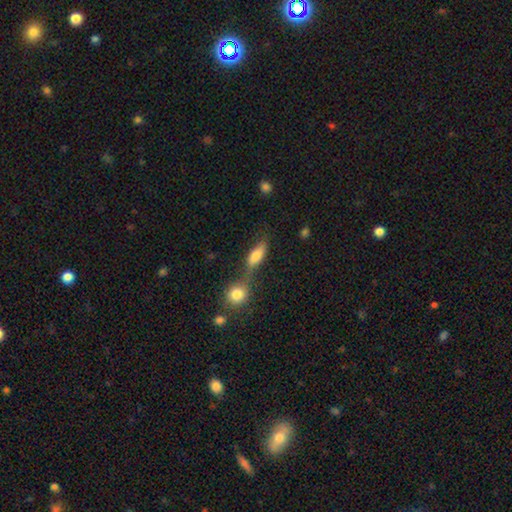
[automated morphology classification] Smooth or featured: smooth — 77% (featured or disk — 14%)
How rounded: in between — 72% (cigar-shaped — 19%)
Merging: merger — 46% (none — 31%)